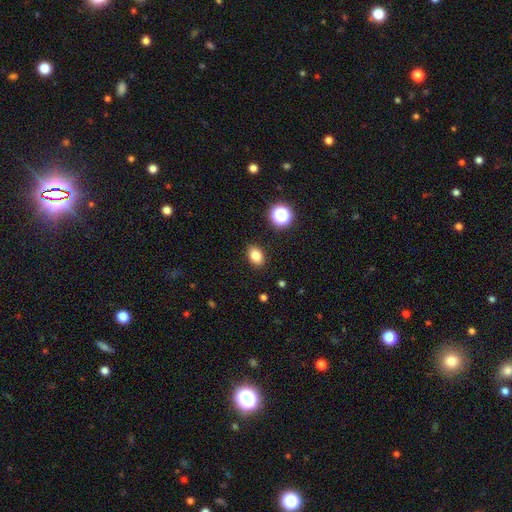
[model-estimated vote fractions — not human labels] Smooth or featured? Predicted: smooth (p=0.83). How rounded? Predicted: in between (p=0.77). Merging? Predicted: none (p=0.88).